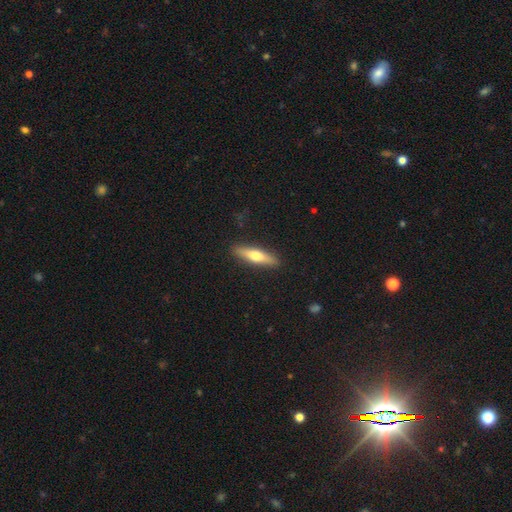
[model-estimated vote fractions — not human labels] This appears to be a smooth galaxy with no disk features (57%) that is cigar-shaped (76%). Merging: none (90%).